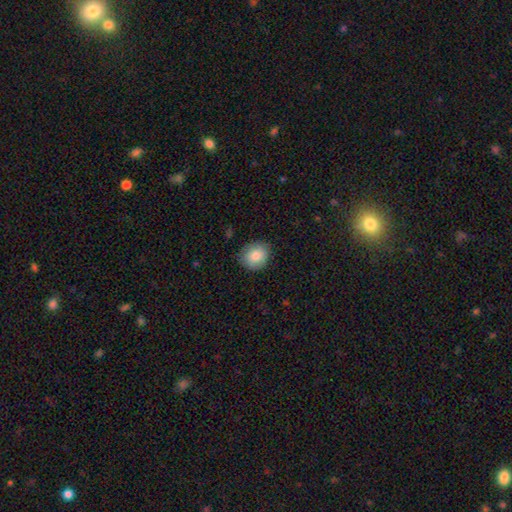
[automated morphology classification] This is clearly a smooth galaxy (85%). How rounded: likely round (69%). Merging: clearly none (83%).